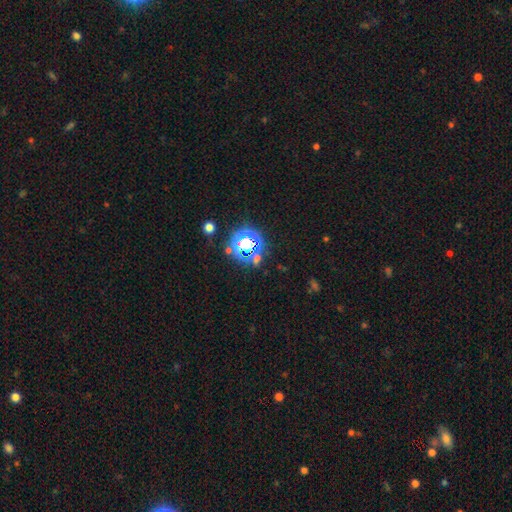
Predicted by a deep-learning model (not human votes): This is likely a star or artifact rather than a galaxy (76%).